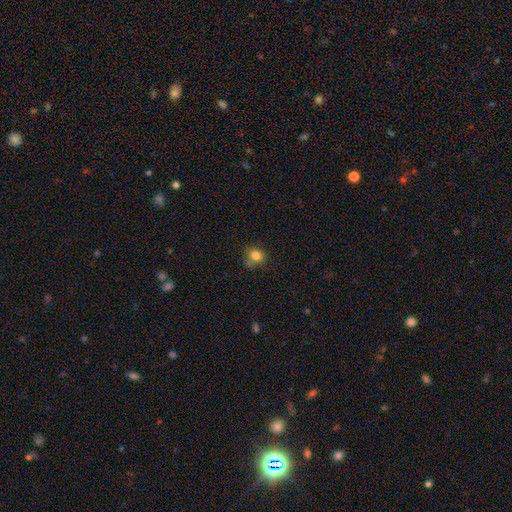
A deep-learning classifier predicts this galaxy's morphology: smooth 81%, star or artifact 12%, featured or disk 7%. Down the decision tree: how rounded — round (80%); merging — none (65%).